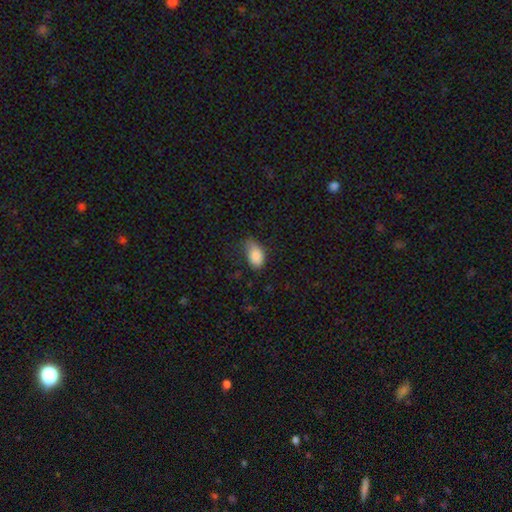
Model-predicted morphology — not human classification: A smooth galaxy with no disk features (87%) that is in between round and cigar-shaped (91%).

Vote fractions:
- Smooth or featured? smooth: 87% / star or artifact: 8% / featured or disk: 5%
- How rounded? in between: 91% / round: 8% / cigar-shaped: 2%
- Merging? none: 45% / minor disturbance: 40% / major disturbance: 13% / merger: 2%